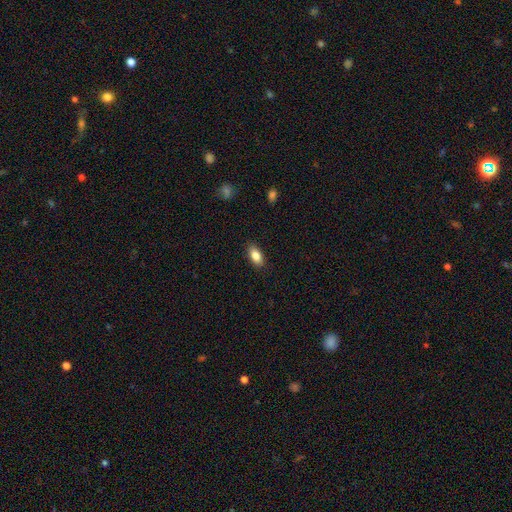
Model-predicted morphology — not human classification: Q: Smooth or featured?
A: smooth (85%); runner-up: star or artifact (7%)
Q: How rounded?
A: in between (89%); runner-up: cigar-shaped (7%)
Q: Merging?
A: none (88%); runner-up: minor disturbance (9%)